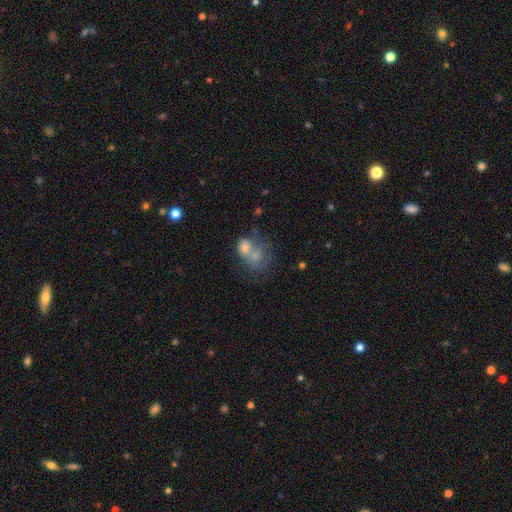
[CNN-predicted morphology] Overall: smooth (56%; featured or disk 29%). How rounded: in between (55%; round 43%). Merging: merger (57%; none 21%).